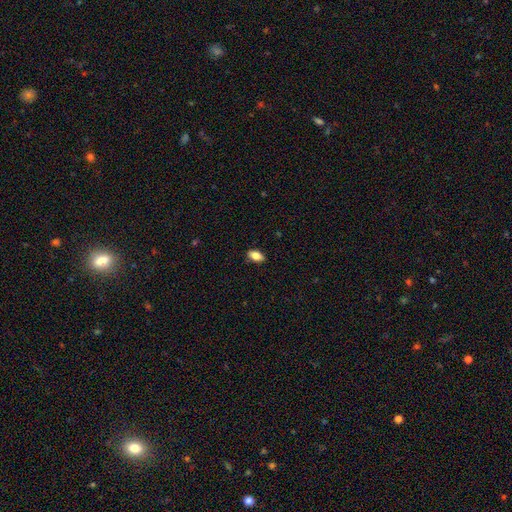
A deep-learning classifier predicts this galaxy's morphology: Smooth or featured? smooth (80%)
How rounded? in between (88%)
Merging? none (86%)